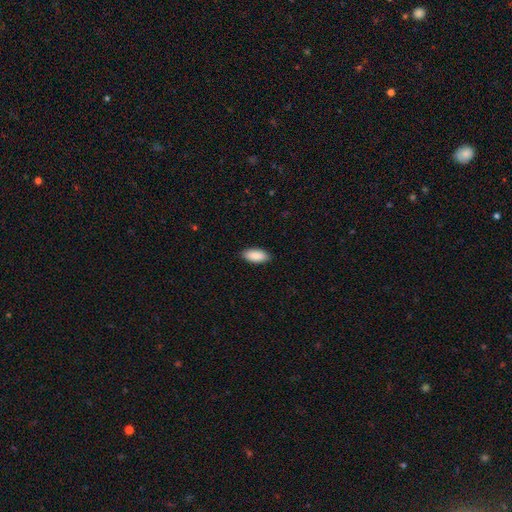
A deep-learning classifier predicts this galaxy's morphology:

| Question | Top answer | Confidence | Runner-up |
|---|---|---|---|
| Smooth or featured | smooth | 90% | star or artifact (6%) |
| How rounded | in between | 90% | cigar-shaped (8%) |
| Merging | none | 89% | minor disturbance (8%) |